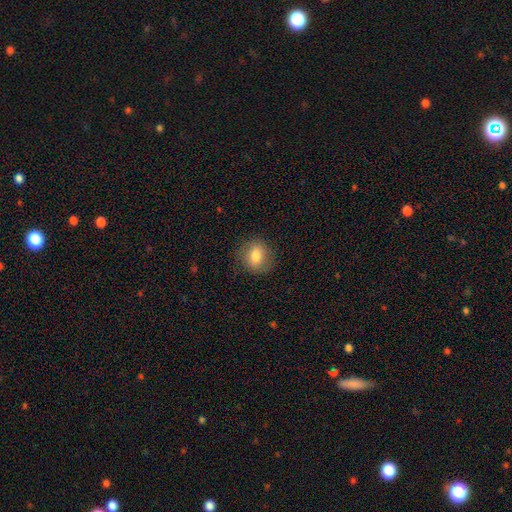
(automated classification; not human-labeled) This is likely a smooth galaxy (77%). How rounded: likely round (63%). Merging: clearly none (84%).